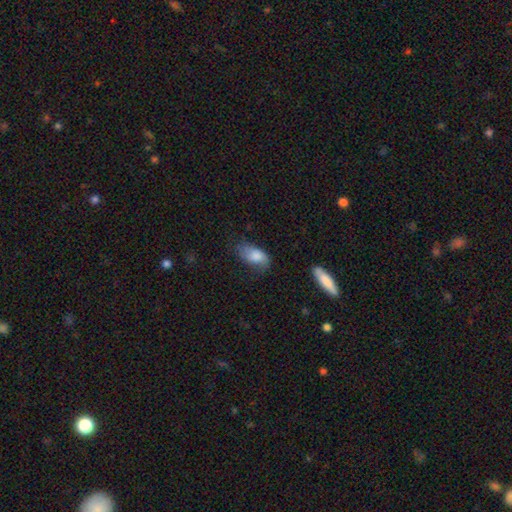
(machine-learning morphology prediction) Q: Smooth or featured?
A: smooth (80%); runner-up: featured or disk (13%)
Q: How rounded?
A: in between (91%); runner-up: cigar-shaped (5%)
Q: Merging?
A: none (48%); runner-up: minor disturbance (35%)